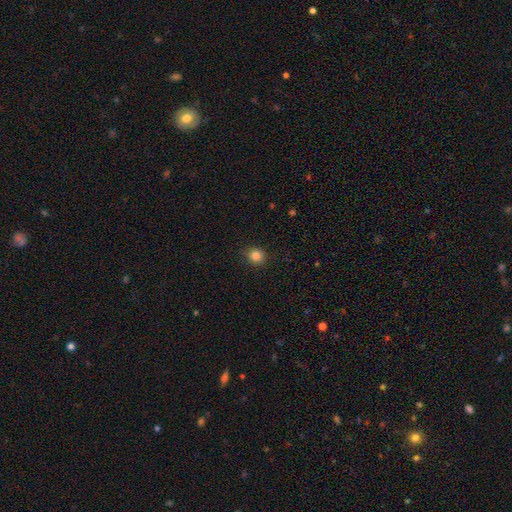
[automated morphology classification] A smooth galaxy with no disk features (84%) that is round (85%). Merging: none (89%).